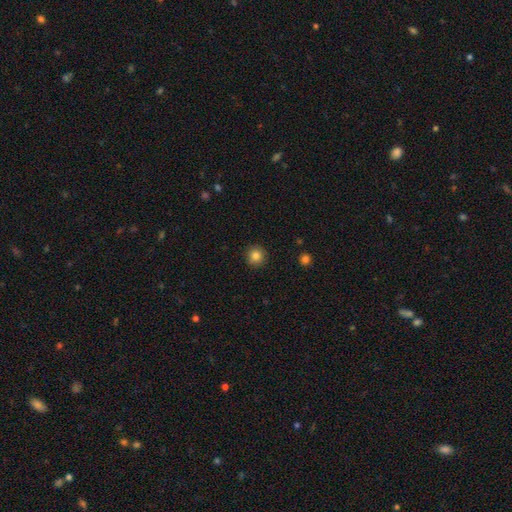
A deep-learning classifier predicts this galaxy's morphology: This appears to be a smooth galaxy with no disk features (83%) that is round (94%). Merging: none (91%).